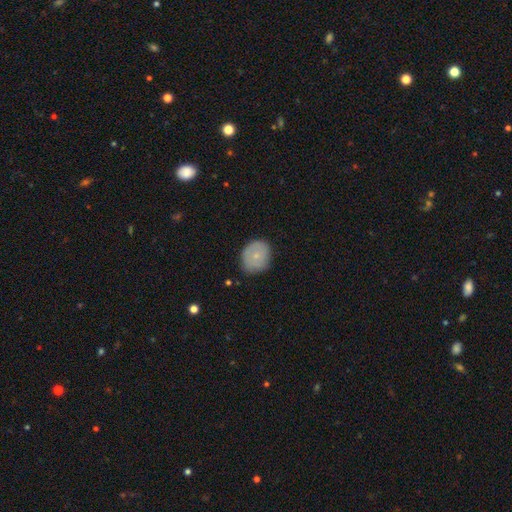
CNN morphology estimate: Smooth or featured? smooth (70%)
How rounded? round (60%)
Merging? none (76%)